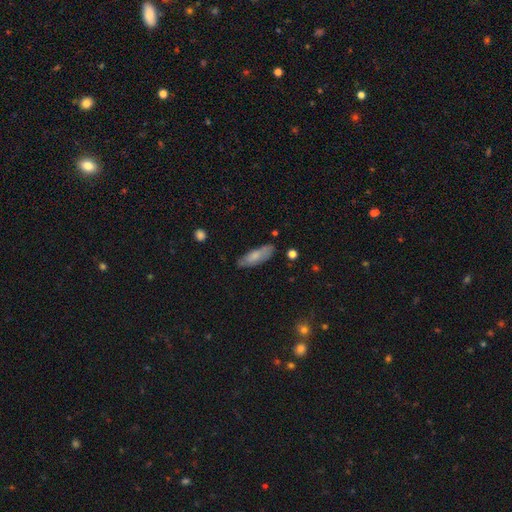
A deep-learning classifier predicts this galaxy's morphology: type=smooth (73%); roundness=in between (54%); merging=none (76%).